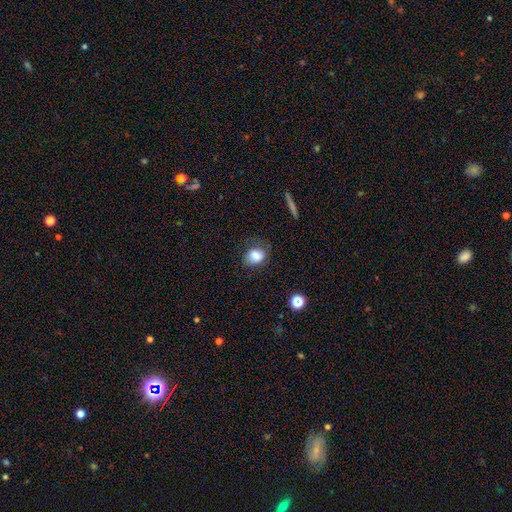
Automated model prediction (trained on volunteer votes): This appears to be a smooth galaxy with no disk features (80%) that is round (50%). Merging: none (65%).